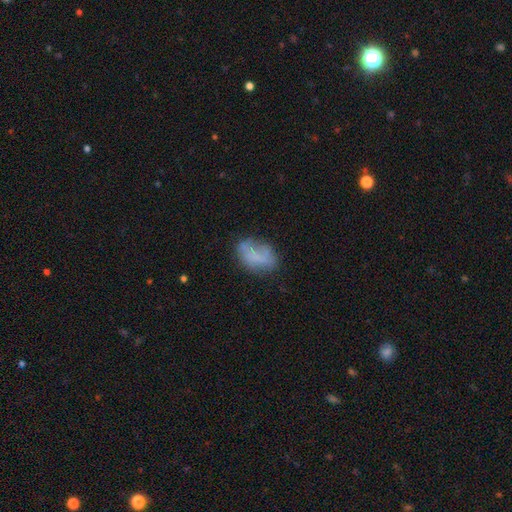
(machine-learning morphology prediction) smooth_or_featured: smooth (p=0.63) [alt: featured or disk p=0.26]
how_rounded: in between (p=0.88) [alt: round p=0.10]
merging: none (p=0.51) [alt: minor disturbance p=0.29]